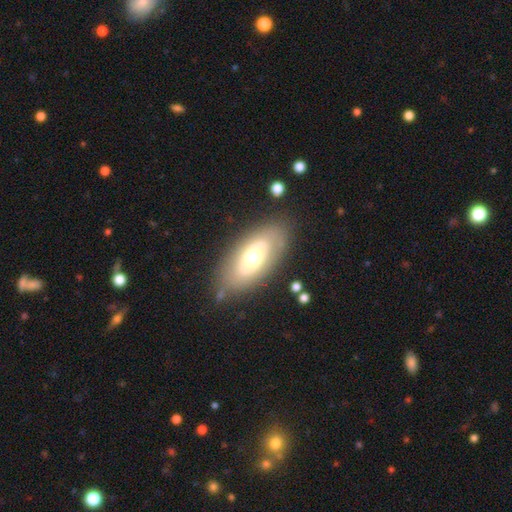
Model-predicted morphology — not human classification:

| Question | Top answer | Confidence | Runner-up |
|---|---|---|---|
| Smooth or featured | featured or disk | 51% | smooth (43%) |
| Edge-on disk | no | 85% | yes (15%) |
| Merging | none | 78% | minor disturbance (14%) |